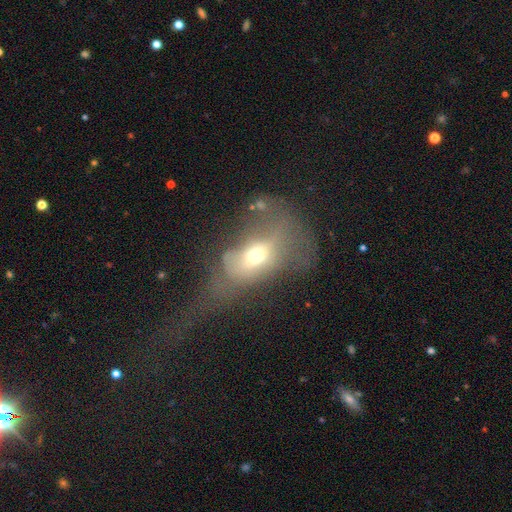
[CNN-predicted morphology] type=smooth (48%); merging=major disturbance (58%).